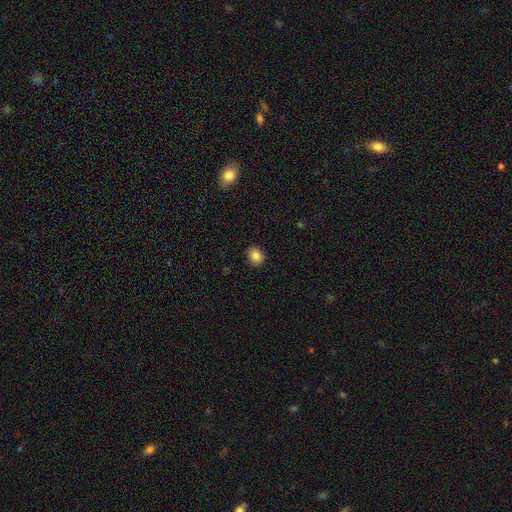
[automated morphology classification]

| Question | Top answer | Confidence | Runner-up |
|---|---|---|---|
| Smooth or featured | smooth | 86% | star or artifact (10%) |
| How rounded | round | 67% | in between (32%) |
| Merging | none | 90% | minor disturbance (7%) |